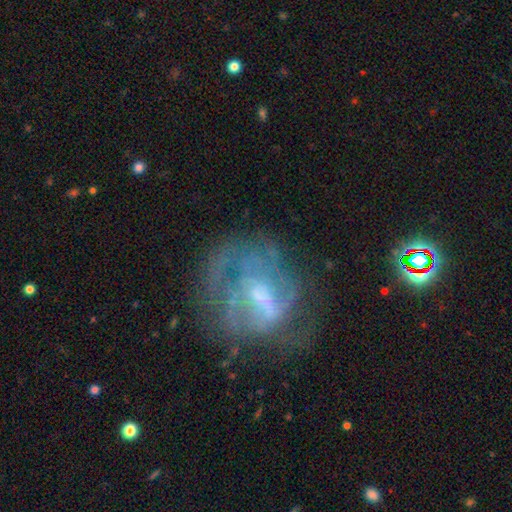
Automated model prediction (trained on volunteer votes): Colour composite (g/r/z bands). It shows a featured or disk galaxy (67%) with a weak bar (46%), spiral arms (56%) and a small central bulge (42%). Merging: none (52%).